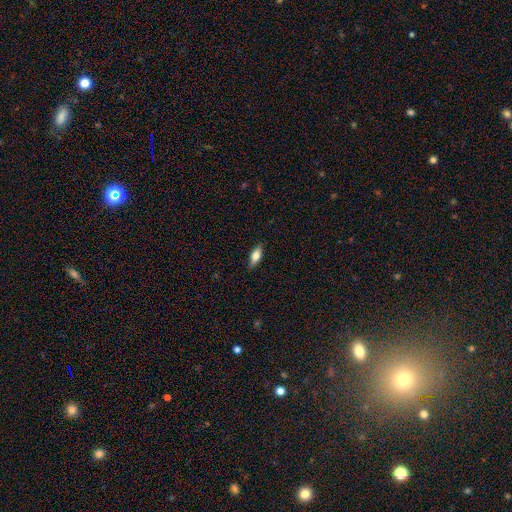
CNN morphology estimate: Q: Smooth or featured?
A: smooth (72%); runner-up: featured or disk (21%)
Q: How rounded?
A: in between (71%); runner-up: cigar-shaped (26%)
Q: Merging?
A: none (86%); runner-up: minor disturbance (11%)